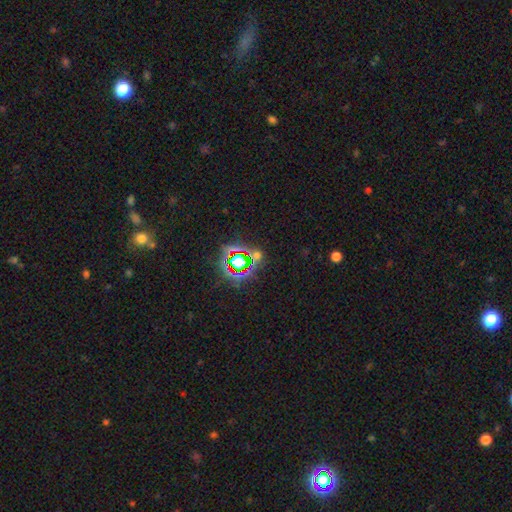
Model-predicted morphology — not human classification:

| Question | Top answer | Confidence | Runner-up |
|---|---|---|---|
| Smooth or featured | star or artifact | 69% | smooth (21%) |